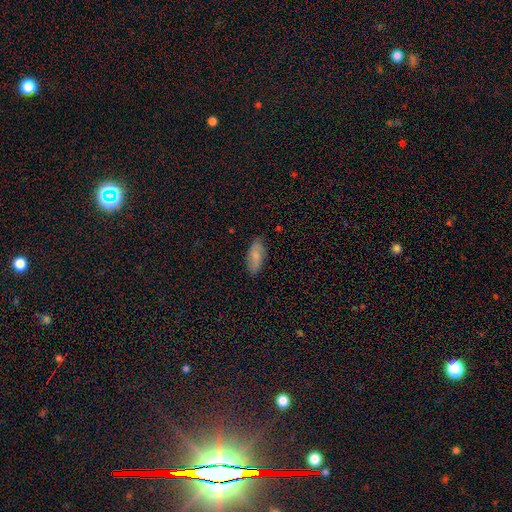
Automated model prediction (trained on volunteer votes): The model was most divided on "smooth or featured": smooth: 79%, featured or disk: 15%, star or artifact: 7%. More confident: how rounded — in between (88%); merging — none (81%).